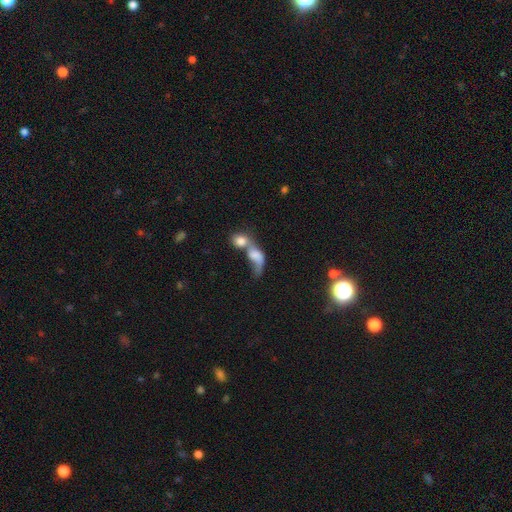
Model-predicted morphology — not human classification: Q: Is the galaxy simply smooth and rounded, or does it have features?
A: smooth — 63%.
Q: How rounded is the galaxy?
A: in between — 64%.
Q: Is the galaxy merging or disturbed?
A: merger — 74%.